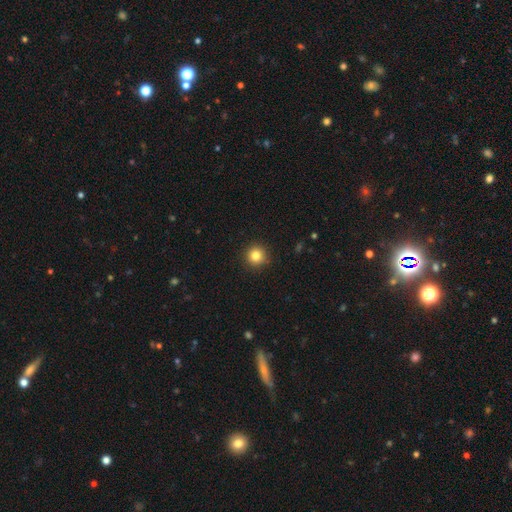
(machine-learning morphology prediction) smooth 83%, star or artifact 11%, featured or disk 5%. Down the decision tree: how rounded — round (95%); merging — none (92%).